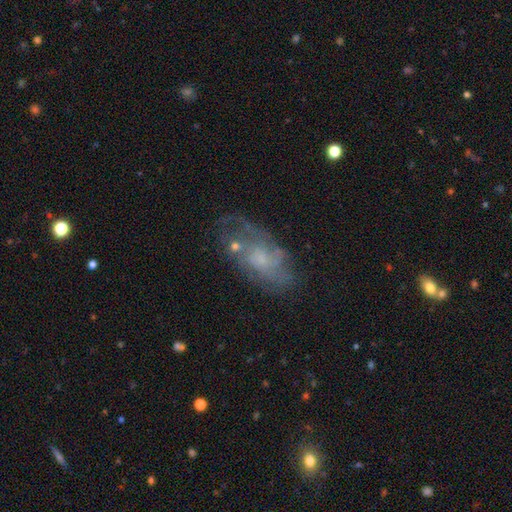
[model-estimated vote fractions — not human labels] The model was most divided on "bulge size": small: 47%, moderate: 32%, none: 15%, large: 4%, dominant: 1%. More confident: edge-on disk — no (91%); bar — no (75%); spiral arms — yes (70%); merging — none (63%); smooth or featured — featured or disk (60%).